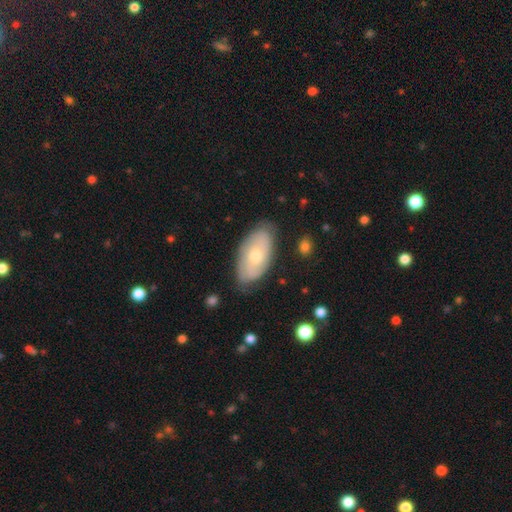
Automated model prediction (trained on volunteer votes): The model was most divided on "smooth or featured": smooth: 48%, featured or disk: 46%, star or artifact: 6%. More confident: merging — none (76%).